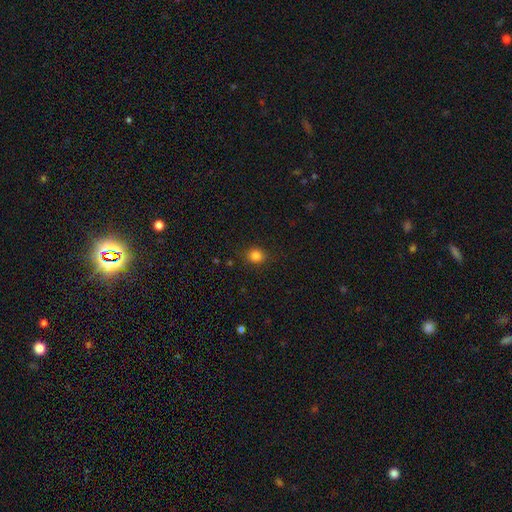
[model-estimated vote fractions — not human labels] Overall: smooth (83%). How rounded: round (83%). Merging: none (87%).